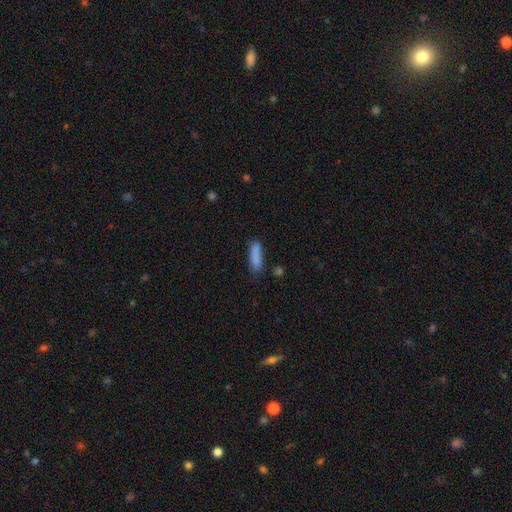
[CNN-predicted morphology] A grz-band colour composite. It shows a smooth galaxy with no disk features (85%) that is cigar-shaped (60%). Merging: none (67%).